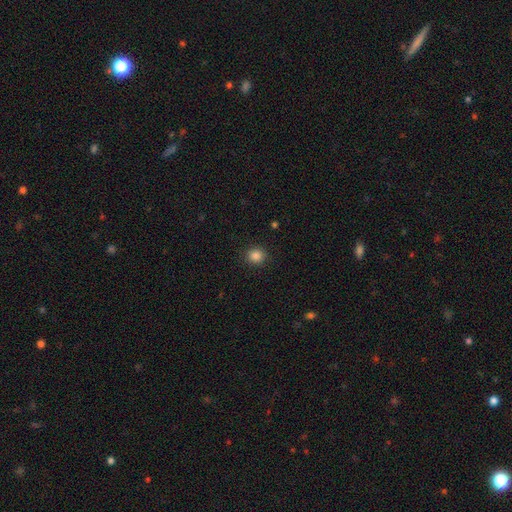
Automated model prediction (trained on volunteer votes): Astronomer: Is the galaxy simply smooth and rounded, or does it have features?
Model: smooth — 85%.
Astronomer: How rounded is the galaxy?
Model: round — 87%.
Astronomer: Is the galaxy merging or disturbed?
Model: none — 91%.